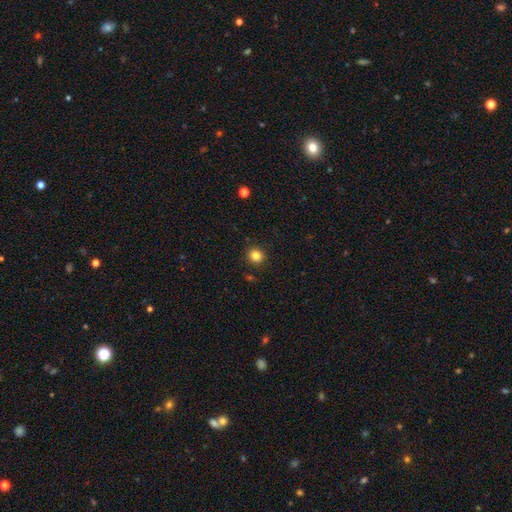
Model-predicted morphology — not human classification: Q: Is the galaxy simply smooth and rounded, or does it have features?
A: smooth — 83%.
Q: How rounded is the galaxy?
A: round — 89%.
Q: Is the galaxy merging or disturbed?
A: none — 89%.